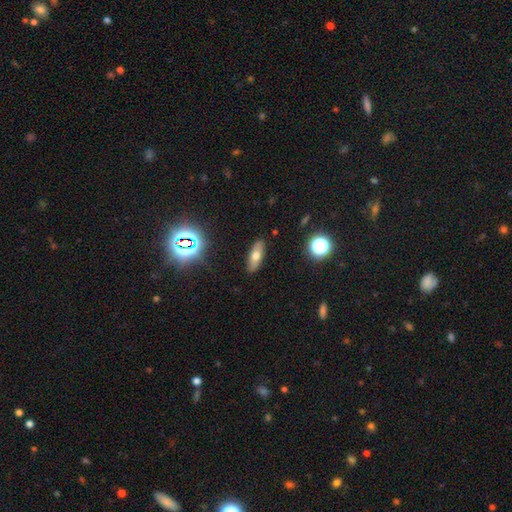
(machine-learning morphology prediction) Smooth or featured? smooth (61%)
How rounded? in between (60%)
Merging? none (88%)